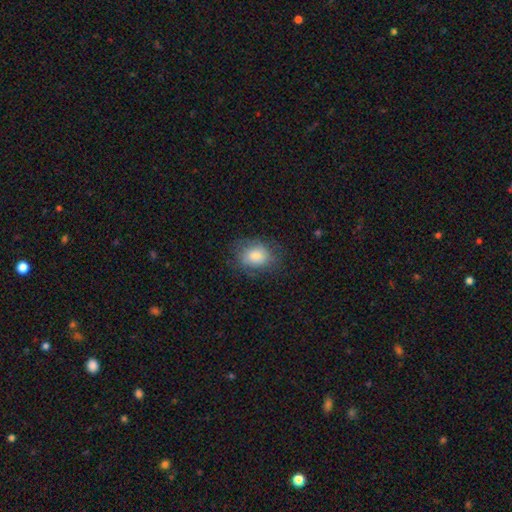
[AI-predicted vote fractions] This appears to be a smooth galaxy with no disk features (79%) that is in between round and cigar-shaped (56%). Merging: none (68%).